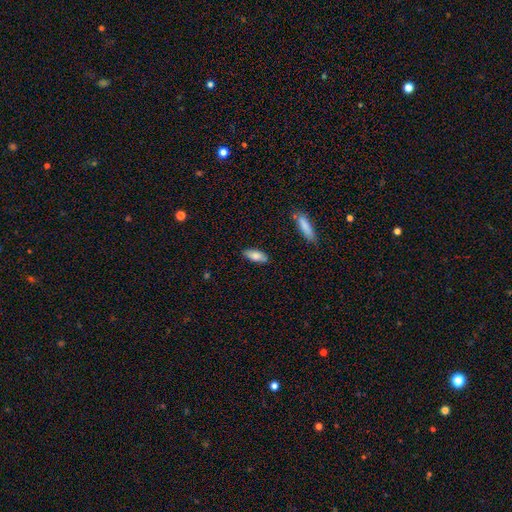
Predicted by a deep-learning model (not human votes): Smooth or featured?
  - smooth: 80% *
  - featured or disk: 13%
  - star or artifact: 6%
How rounded?
  - in between: 73% *
  - cigar-shaped: 25%
  - round: 2%
Merging?
  - none: 85% *
  - minor disturbance: 11%
  - major disturbance: 2%
  - merger: 2%